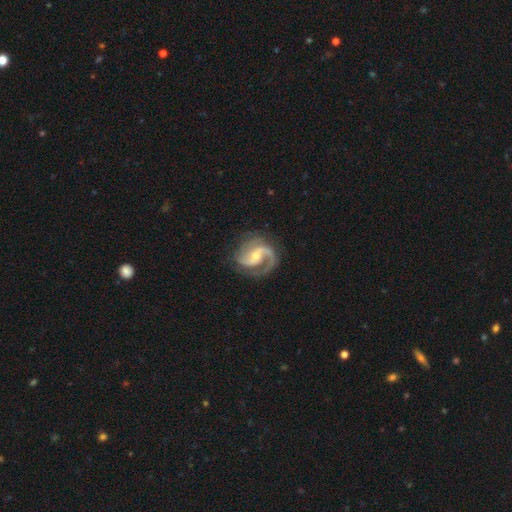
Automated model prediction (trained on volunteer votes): A featured or disk galaxy (92%) with a weak bar (48%), 2 (80%) medium (57%) spiral arms (98%) and a moderate central bulge (49%). Merging: none (73%).